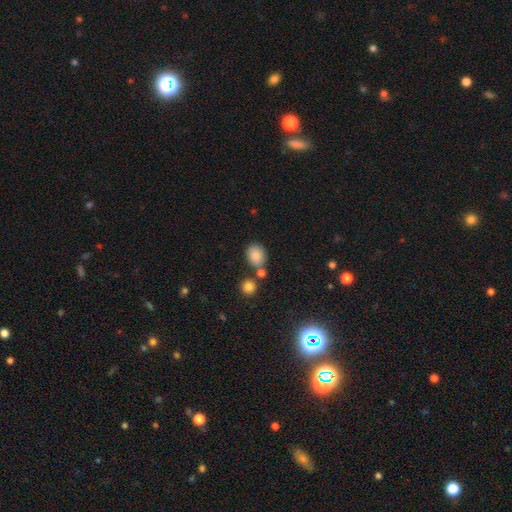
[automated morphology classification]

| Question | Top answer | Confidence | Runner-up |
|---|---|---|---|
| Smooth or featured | smooth | 84% | star or artifact (9%) |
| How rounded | in between | 57% | round (42%) |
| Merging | none | 66% | merger (18%) |